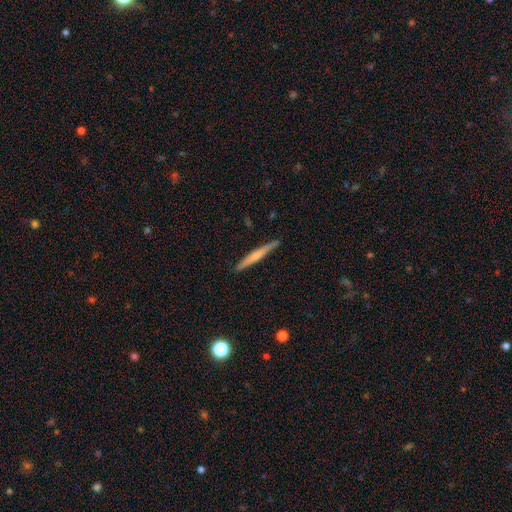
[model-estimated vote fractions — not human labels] The model was most divided on "smooth or featured": featured or disk: 53%, smooth: 41%, star or artifact: 6%. More confident: edge-on disk — yes (97%); merging — none (90%); edge-on bulge — rounded (64%).